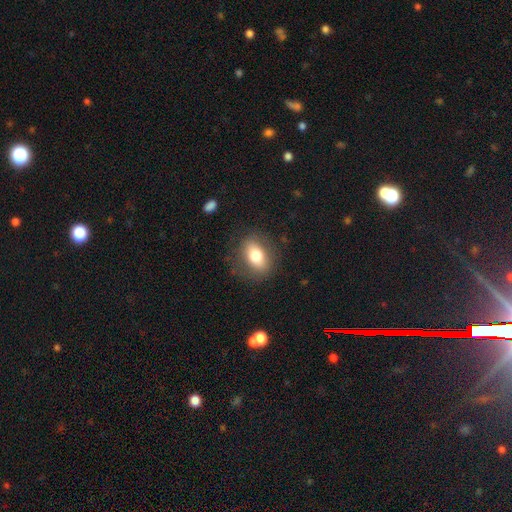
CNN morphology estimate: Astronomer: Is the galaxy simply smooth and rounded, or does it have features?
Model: smooth — 72%.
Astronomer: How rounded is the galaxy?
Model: in between — 76%.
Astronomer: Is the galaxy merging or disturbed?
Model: none — 82%.